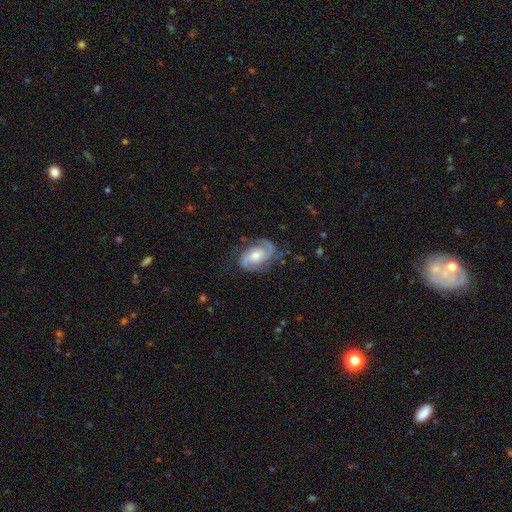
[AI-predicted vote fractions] Smooth or featured?
  - featured or disk: 89% *
  - smooth: 7%
  - star or artifact: 5%
Edge-on disk?
  - no: 97% *
  - yes: 3%
Bar?
  - no: 59% *
  - weak: 33%
  - strong: 8%
Spiral arms?
  - yes: 98% *
  - no: 2%
Spiral winding?
  - medium: 47% *
  - tight: 43%
  - loose: 11%
Spiral arm count?
  - 2: 85% *
  - 3: 6%
  - can't tell: 4%
  - 1: 2%
  - 4: 1%
  - more than 4: 1%
Bulge size?
  - moderate: 64% *
  - small: 22%
  - large: 10%
  - none: 3%
  - dominant: 1%
Merging?
  - none: 74% *
  - minor disturbance: 18%
  - major disturbance: 7%
  - merger: 1%